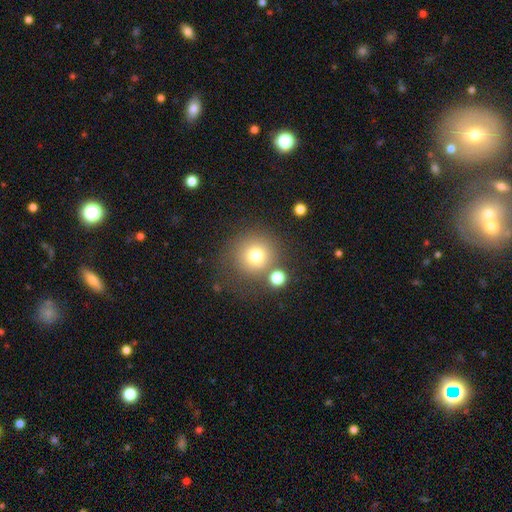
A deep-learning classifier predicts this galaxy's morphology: This appears to be a smooth galaxy with no disk features (74%) that is round (93%). Merging: none (69%).